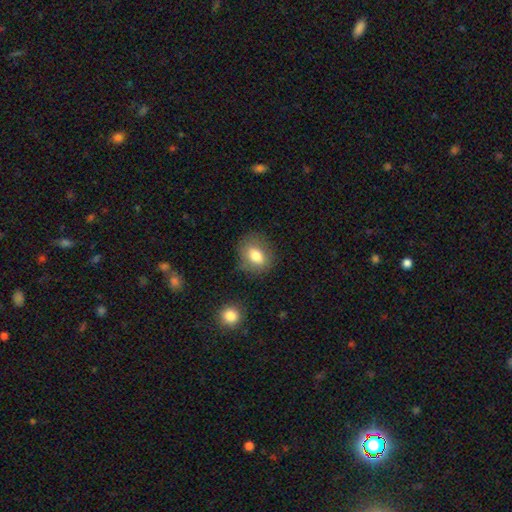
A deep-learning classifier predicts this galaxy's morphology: This is likely a smooth galaxy (79%). How rounded: possibly in between (59%). Merging: likely none (77%).